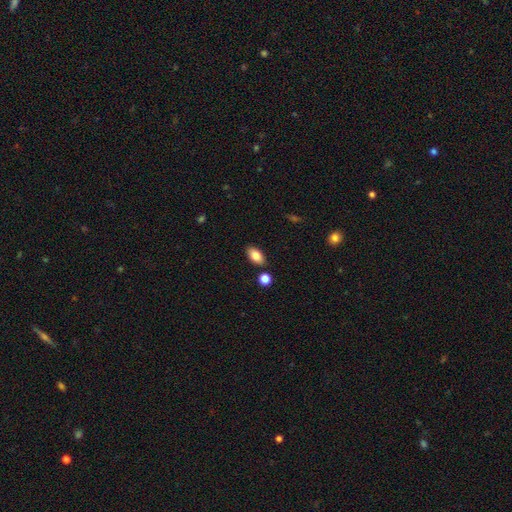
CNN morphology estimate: Smooth or featured? smooth (83%)
How rounded? in between (91%)
Merging? none (84%)